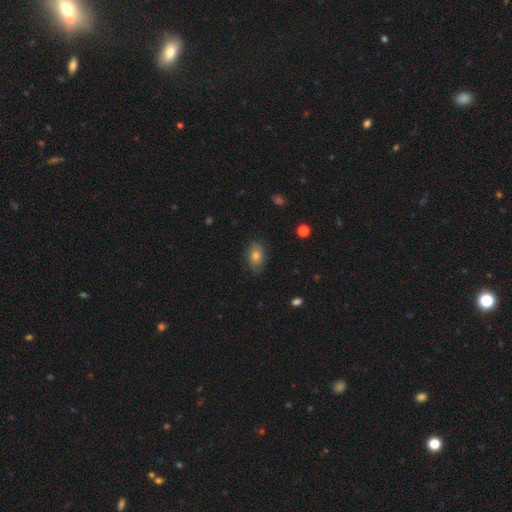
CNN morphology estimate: A smooth galaxy with no disk features (73%) that is in between round and cigar-shaped (85%).

Vote fractions:
- Smooth or featured? smooth: 73% / featured or disk: 16% / star or artifact: 12%
- How rounded? in between: 85% / round: 13% / cigar-shaped: 2%
- Merging? none: 82% / minor disturbance: 13% / major disturbance: 3% / merger: 1%